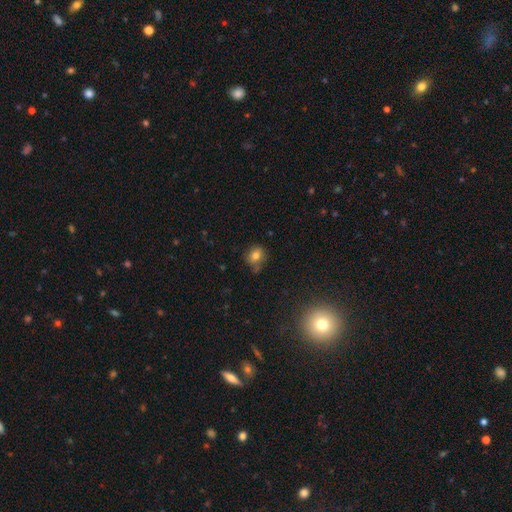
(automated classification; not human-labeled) Q: Smooth or featured?
A: smooth (76%); runner-up: star or artifact (13%)
Q: How rounded?
A: round (73%); runner-up: in between (26%)
Q: Merging?
A: none (69%); runner-up: minor disturbance (21%)